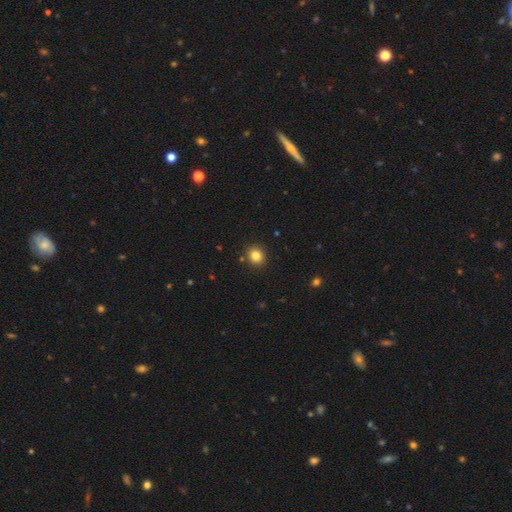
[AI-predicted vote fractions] A smooth galaxy with no disk features (83%) that is round (79%).

Vote fractions:
- Smooth or featured? smooth: 83% / star or artifact: 12% / featured or disk: 6%
- How rounded? round: 79% / in between: 20% / cigar-shaped: 1%
- Merging? none: 90% / minor disturbance: 6% / merger: 2% / major disturbance: 2%